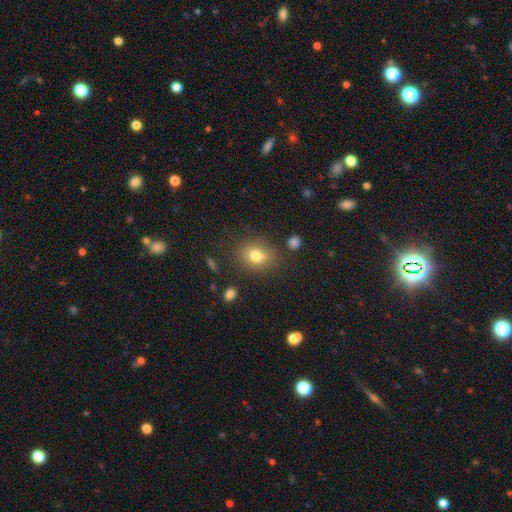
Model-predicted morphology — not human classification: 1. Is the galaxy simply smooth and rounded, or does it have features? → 73% smooth, 14% featured or disk, 13% star or artifact.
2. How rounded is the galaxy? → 49% round (tied), 49% in between (tied), 2% cigar-shaped.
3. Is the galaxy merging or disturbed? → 72% none, 16% minor disturbance, 6% merger, 6% major disturbance.